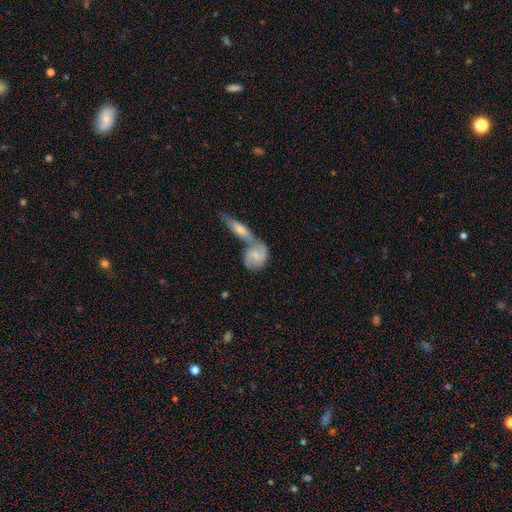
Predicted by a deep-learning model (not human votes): Smooth or featured: featured or disk — 48% (smooth — 46%)
Merging: merger — 60% (none — 26%)